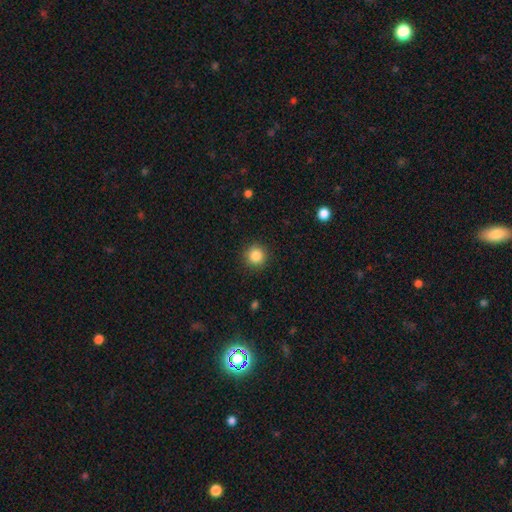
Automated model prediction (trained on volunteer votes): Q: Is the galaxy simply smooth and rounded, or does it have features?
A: smooth — 86%.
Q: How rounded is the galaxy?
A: round — 94%.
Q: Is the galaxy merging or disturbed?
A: none — 91%.